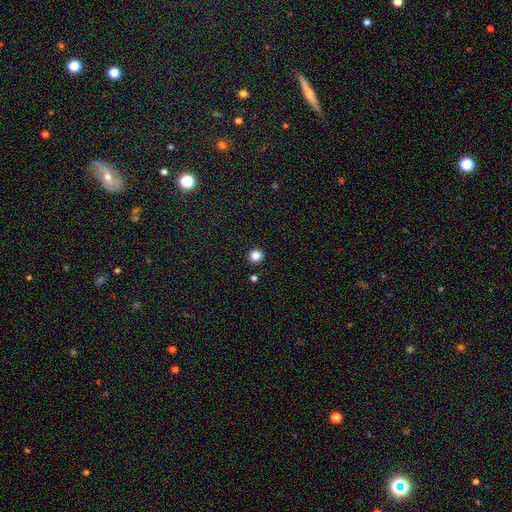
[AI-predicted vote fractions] A smooth galaxy with no disk features (85%) that is round (94%).

Vote fractions:
- Smooth or featured? smooth: 85% / star or artifact: 12% / featured or disk: 3%
- How rounded? round: 94% / in between: 5% / cigar-shaped: 1%
- Merging? none: 92% / minor disturbance: 4% / merger: 2% / major disturbance: 2%